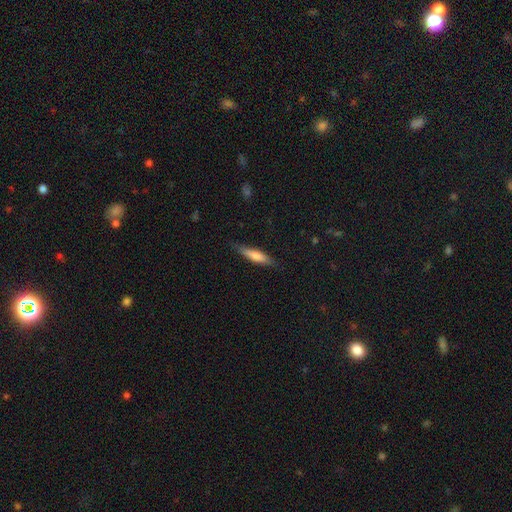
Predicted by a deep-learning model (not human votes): Morphology: type=smooth (62%); roundness=cigar-shaped (83%); merging=none (82%).